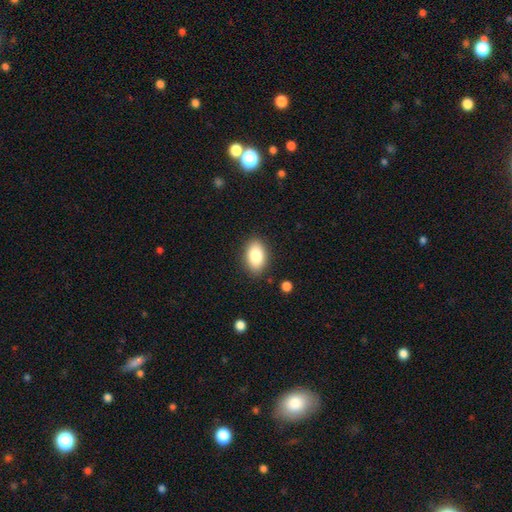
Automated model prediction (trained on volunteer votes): This appears to be a smooth galaxy with no disk features (84%) that is in between round and cigar-shaped (91%). Merging: none (87%).